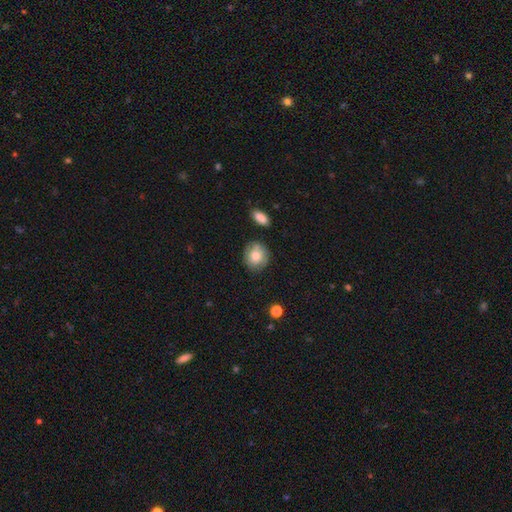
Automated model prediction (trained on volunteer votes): Smooth or featured?
  - smooth: 69% *
  - featured or disk: 23%
  - star or artifact: 8%
How rounded?
  - round: 77% *
  - in between: 22%
  - cigar-shaped: 1%
Merging?
  - none: 73% *
  - minor disturbance: 19%
  - major disturbance: 4%
  - merger: 4%